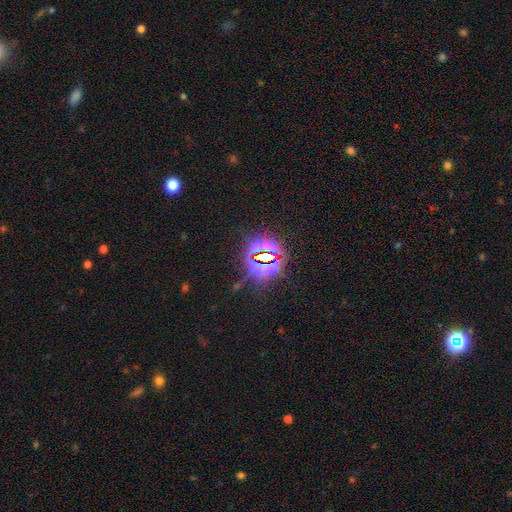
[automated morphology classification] Smooth or featured? Predicted: star or artifact (p=0.82).